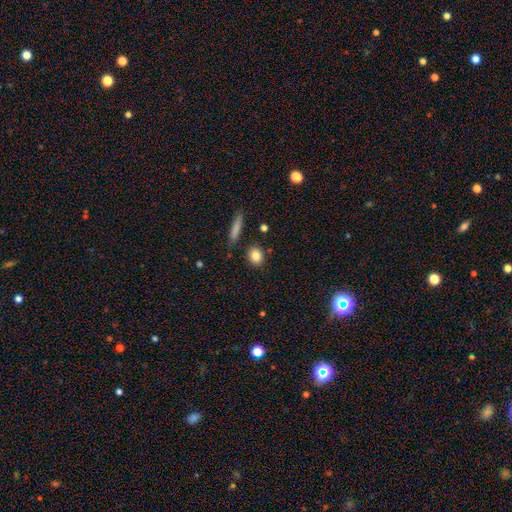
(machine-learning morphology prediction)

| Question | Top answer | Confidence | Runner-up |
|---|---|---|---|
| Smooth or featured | smooth | 84% | star or artifact (9%) |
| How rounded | round | 62% | in between (34%) |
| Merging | none | 86% | minor disturbance (8%) |